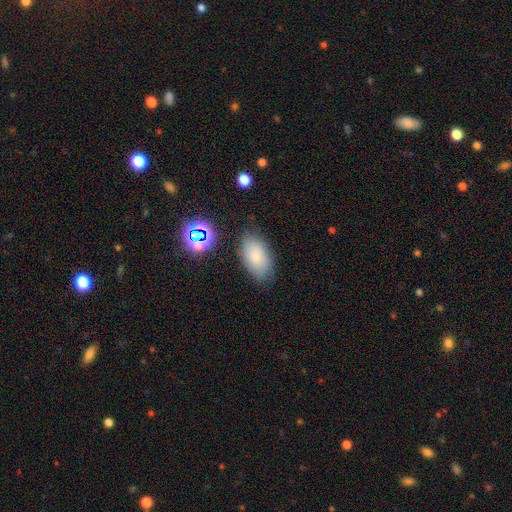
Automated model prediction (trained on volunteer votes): The model was most divided on "merging": none: 78%, minor disturbance: 15%, major disturbance: 4%, merger: 3%. More confident: how rounded — in between (93%); smooth or featured — smooth (78%).